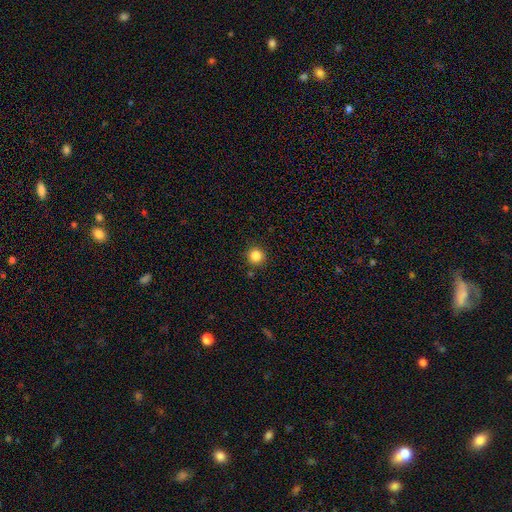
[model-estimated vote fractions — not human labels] This appears to be a smooth galaxy with no disk features (84%) that is round (94%). Merging: none (90%).